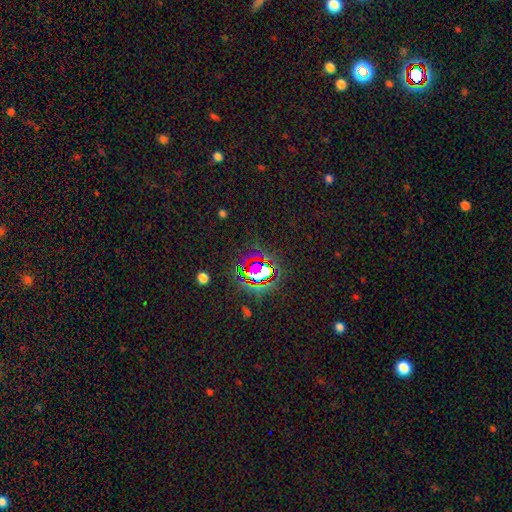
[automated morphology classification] Smooth or featured?
  - star or artifact: 80% *
  - smooth: 12%
  - featured or disk: 8%